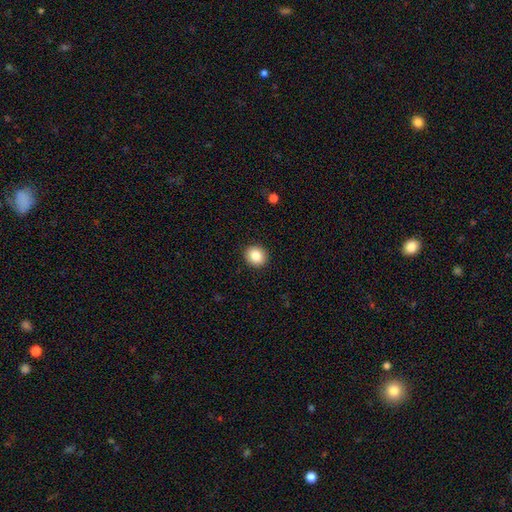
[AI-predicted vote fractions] Morphology: type=smooth (85%); roundness=round (79%); merging=none (92%).